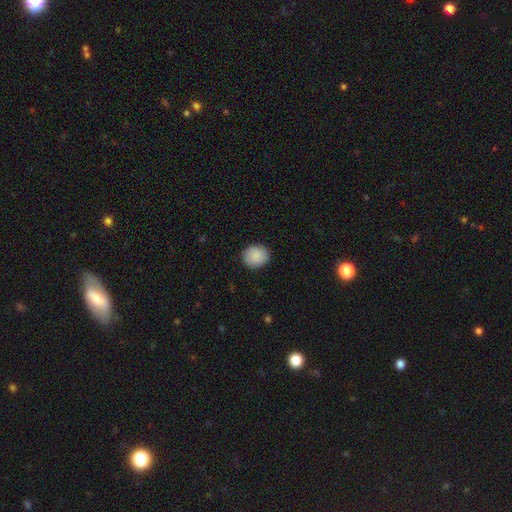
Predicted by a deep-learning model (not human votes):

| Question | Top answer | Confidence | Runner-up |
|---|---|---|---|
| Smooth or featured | smooth | 89% | star or artifact (7%) |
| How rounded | round | 73% | in between (26%) |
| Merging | none | 88% | minor disturbance (9%) |